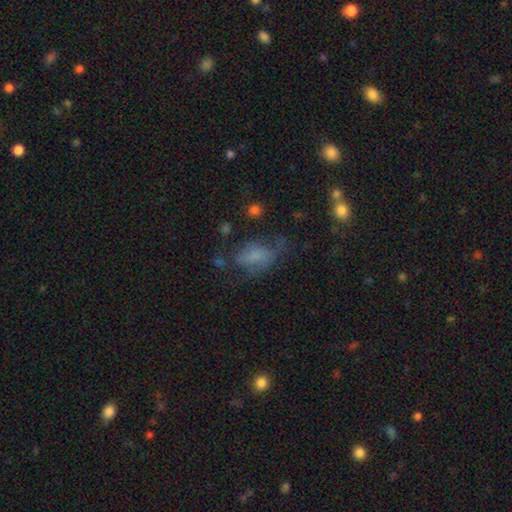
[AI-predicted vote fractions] This is possibly a smooth galaxy (57%). How rounded: clearly in between (83%). Merging: marginally none (35%).